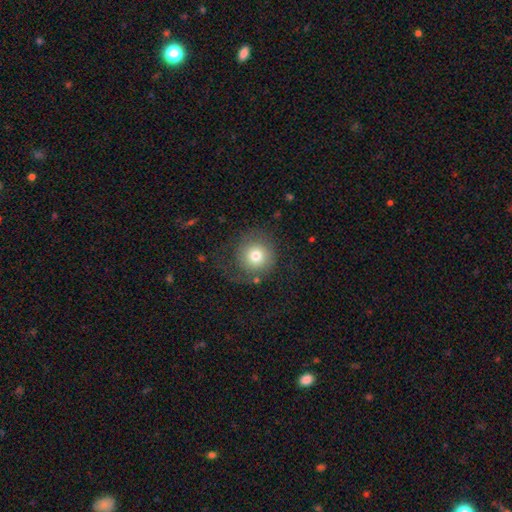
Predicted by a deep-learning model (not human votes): Morphology: type=smooth (70%); roundness=round (92%); merging=none (60%).